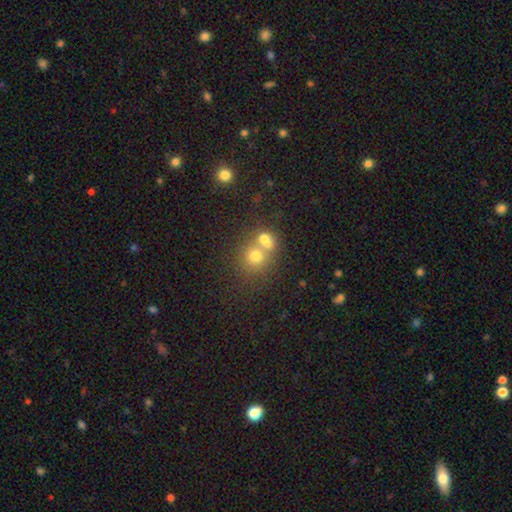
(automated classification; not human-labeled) Smooth or featured: smooth — 67% (featured or disk — 18%)
How rounded: round — 80% (in between — 19%)
Merging: merger — 53% (none — 37%)